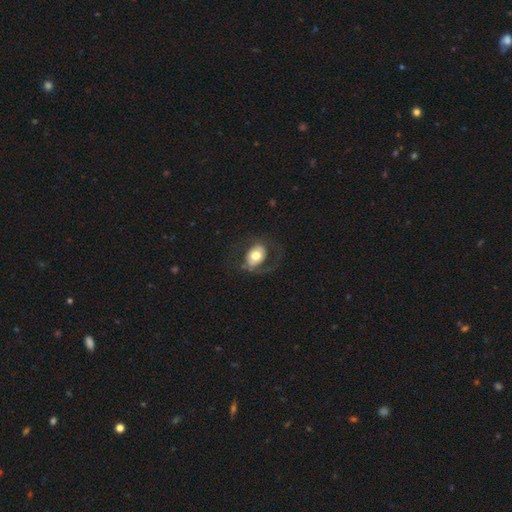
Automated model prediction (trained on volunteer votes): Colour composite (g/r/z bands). It shows a smooth galaxy with no disk features (52%) that is in between round and cigar-shaped (66%). Merging: none (55%).